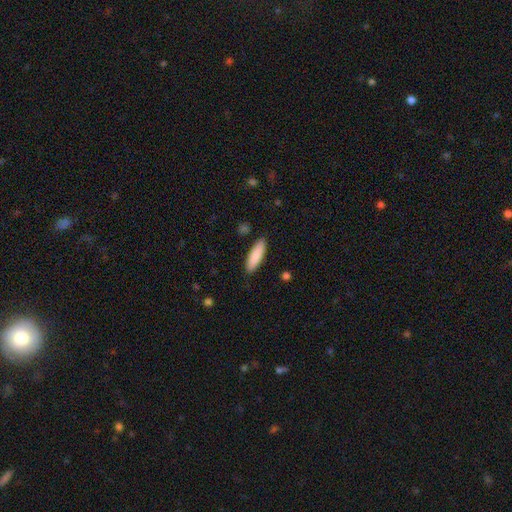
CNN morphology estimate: Smooth or featured: smooth — 87% (featured or disk — 8%)
How rounded: cigar-shaped — 57% (in between — 42%)
Merging: none — 88% (minor disturbance — 9%)